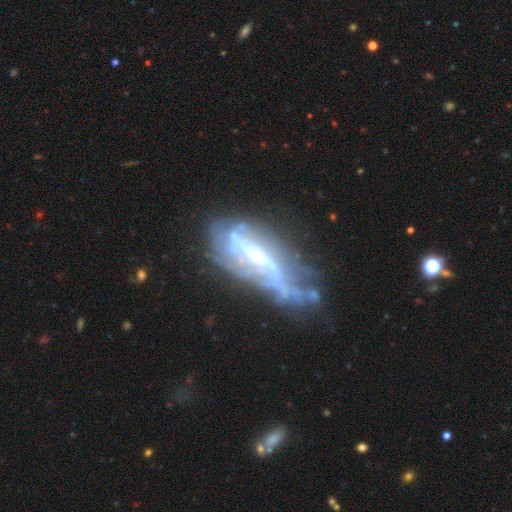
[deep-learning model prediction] The model was most divided on "spiral arm count": can't tell: 40%, 2: 36%, 3: 8%, 1: 7%, 4: 5%, more than 4: 4%. Remaining: edge-on disk — no (85%); smooth or featured — featured or disk (80%); spiral arms — yes (78%); bulge size — small (66%); spiral winding — loose (39%); bar — weak (37%); merging — none (36%).